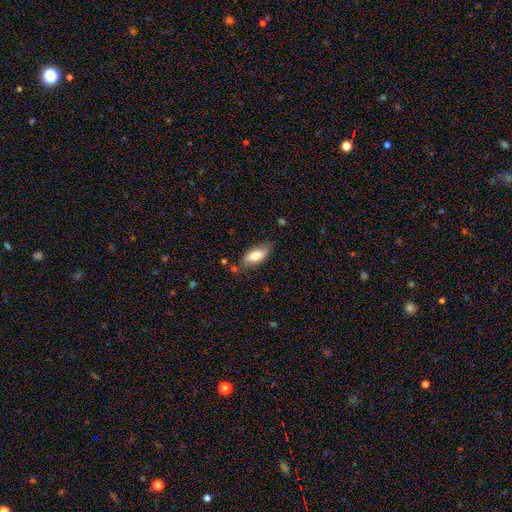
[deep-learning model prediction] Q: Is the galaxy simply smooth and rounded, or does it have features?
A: smooth — 72%.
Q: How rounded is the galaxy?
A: in between — 88%.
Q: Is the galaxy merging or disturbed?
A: none — 72%.